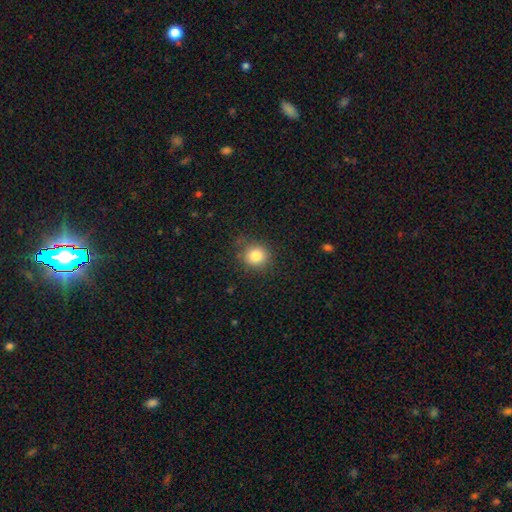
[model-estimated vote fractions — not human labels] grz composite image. It shows a smooth galaxy with no disk features (82%) that is round (87%). Merging: none (82%).